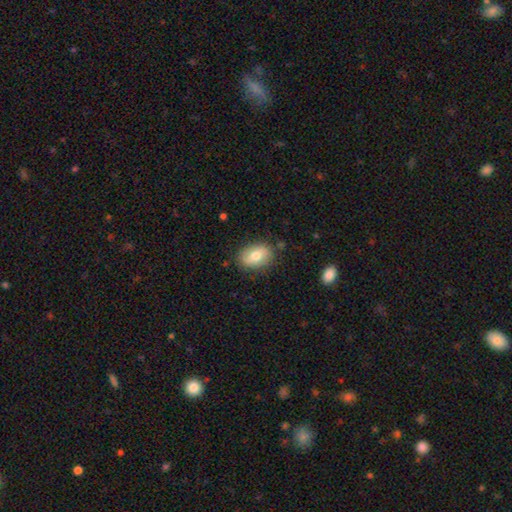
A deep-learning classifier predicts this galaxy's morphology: type=smooth (73%); roundness=in between (81%); merging=none (83%).